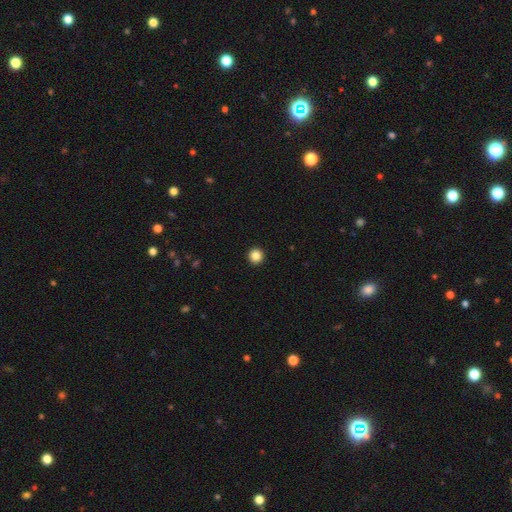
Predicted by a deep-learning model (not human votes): Morphology: type=smooth (86%); roundness=round (96%); merging=none (94%).